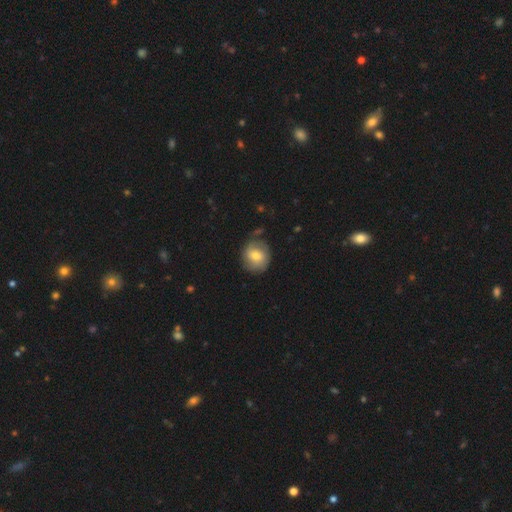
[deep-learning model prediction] Q: Smooth or featured?
A: smooth (67%); runner-up: featured or disk (26%)
Q: How rounded?
A: round (79%); runner-up: in between (20%)
Q: Merging?
A: none (71%); runner-up: minor disturbance (20%)